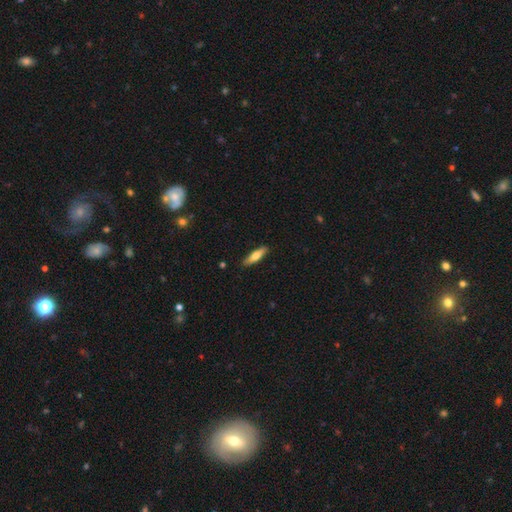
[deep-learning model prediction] smooth 67%, featured or disk 27%, star or artifact 6%. Down the decision tree: how rounded — cigar-shaped (65%); merging — none (87%).